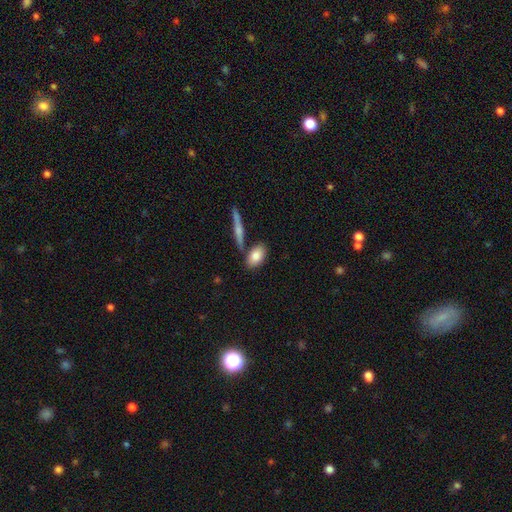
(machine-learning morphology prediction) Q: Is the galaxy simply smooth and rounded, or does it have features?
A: smooth — 80%.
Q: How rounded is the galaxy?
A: in between — 88%.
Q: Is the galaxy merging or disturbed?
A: none — 71%.